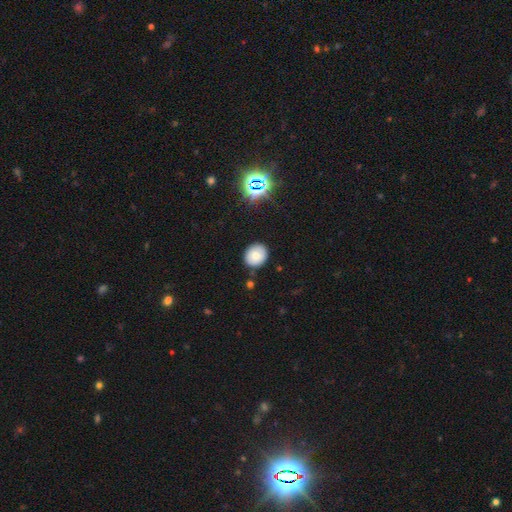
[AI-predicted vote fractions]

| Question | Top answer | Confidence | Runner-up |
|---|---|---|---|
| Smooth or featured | smooth | 76% | star or artifact (13%) |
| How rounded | round | 71% | in between (28%) |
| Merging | none | 85% | minor disturbance (10%) |